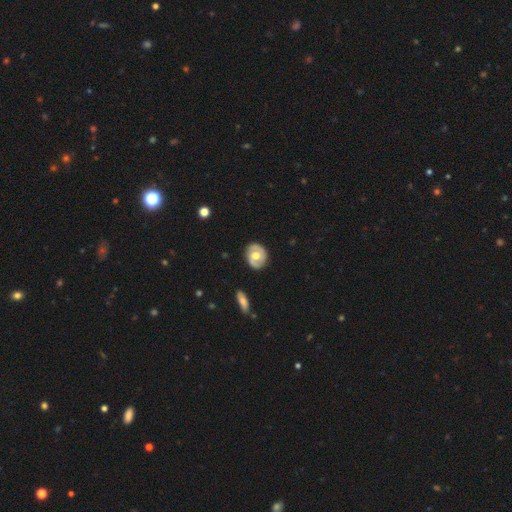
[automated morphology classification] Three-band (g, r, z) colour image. It shows a featured or disk galaxy (60%) with no bar (63%), spiral arms (56%) and a moderate central bulge (71%). Merging: none (84%).